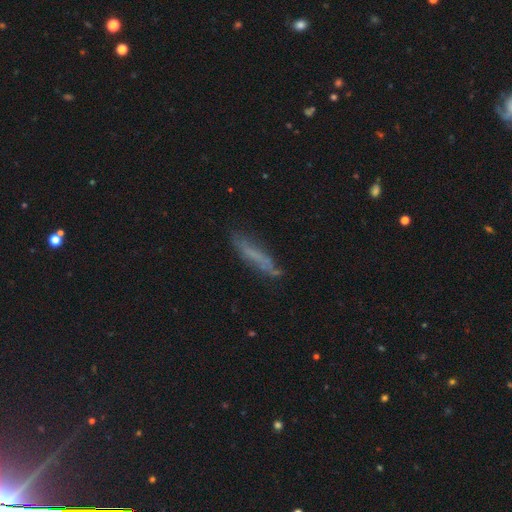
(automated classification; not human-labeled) smooth-or-featured: smooth: 53% | featured or disk: 37% | star or artifact: 10%
  how-rounded: cigar-shaped: 85% | in between: 13% | round: 2%
  merging: none: 70% | minor disturbance: 21% | major disturbance: 7% | merger: 3%